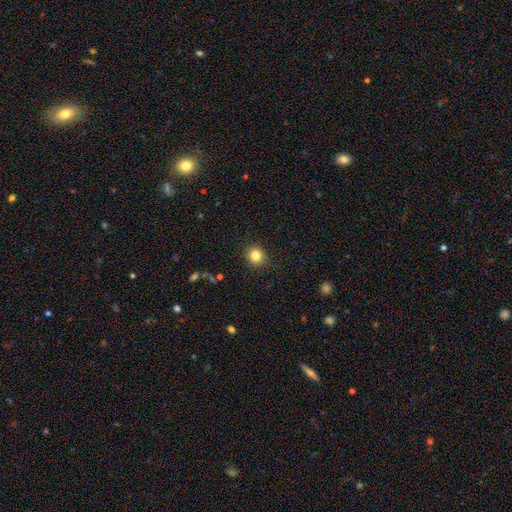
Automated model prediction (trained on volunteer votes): This is clearly a smooth galaxy (82%). How rounded: clearly round (86%). Merging: clearly none (91%).